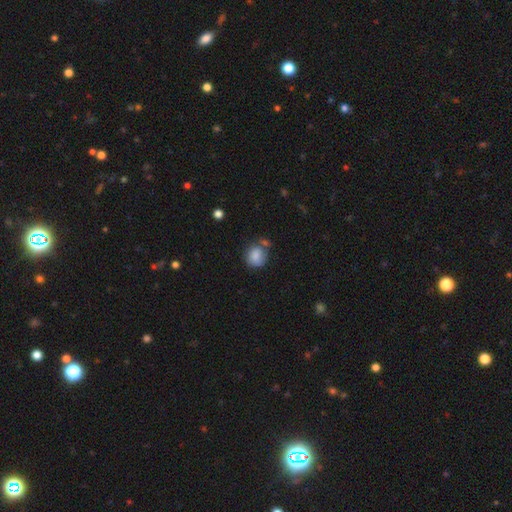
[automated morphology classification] This appears to be a smooth galaxy with no disk features (83%) that is round (71%). Merging: none (55%).